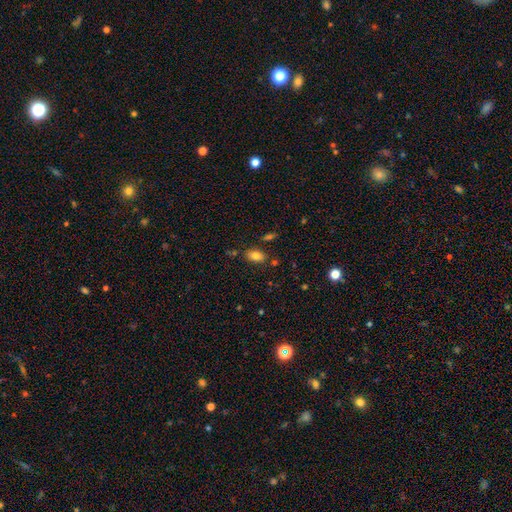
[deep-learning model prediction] A smooth galaxy with no disk features (80%) that is in between round and cigar-shaped (88%).

Vote fractions:
- Smooth or featured? smooth: 80% / featured or disk: 10% / star or artifact: 10%
- How rounded? in between: 88% / round: 9% / cigar-shaped: 3%
- Merging? none: 79% / minor disturbance: 13% / merger: 5% / major disturbance: 3%